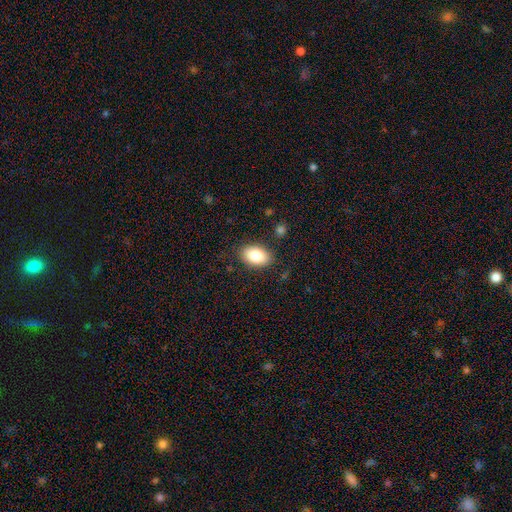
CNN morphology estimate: This appears to be a smooth galaxy with no disk features (84%) that is in between round and cigar-shaped (89%). Merging: none (84%).